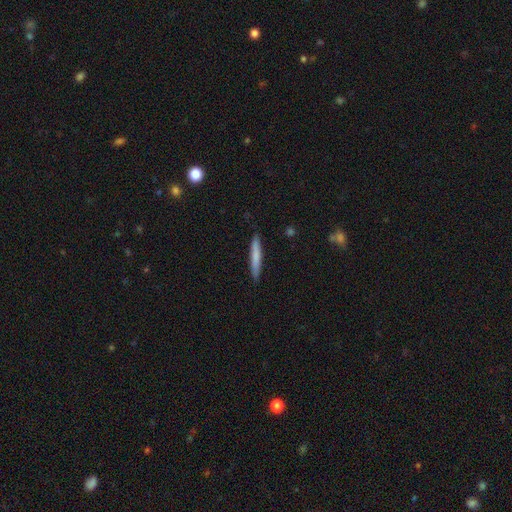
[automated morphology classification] The model was most divided on "smooth or featured": smooth: 74%, featured or disk: 20%, star or artifact: 6%. More confident: how rounded — cigar-shaped (95%); merging — none (90%).